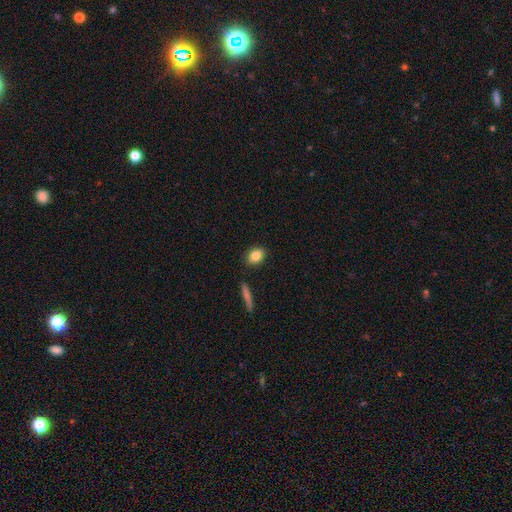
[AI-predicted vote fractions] Q: Smooth or featured?
A: smooth (84%); runner-up: featured or disk (9%)
Q: How rounded?
A: in between (65%); runner-up: round (31%)
Q: Merging?
A: none (86%); runner-up: minor disturbance (9%)